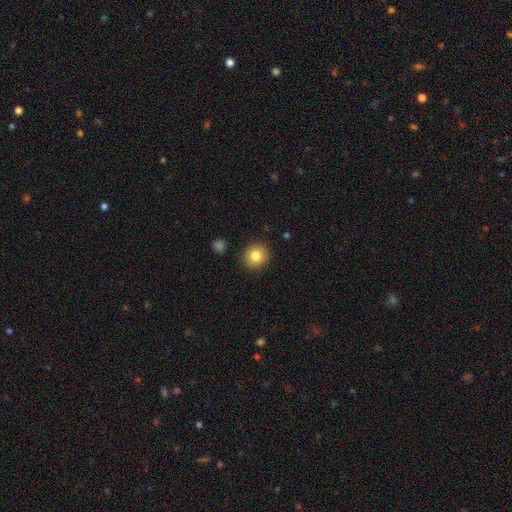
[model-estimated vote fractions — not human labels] Overall: smooth (82%). How rounded: round (81%). Merging: none (90%).